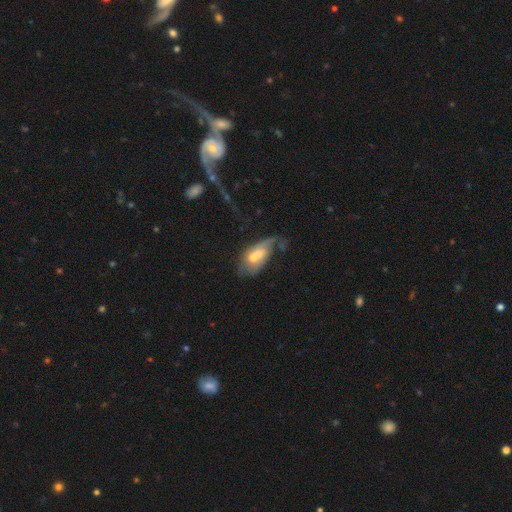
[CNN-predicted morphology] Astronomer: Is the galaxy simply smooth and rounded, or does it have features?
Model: smooth — 47% (runner-up: featured or disk, 45%).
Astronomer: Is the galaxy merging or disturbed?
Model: merger — 39% (runner-up: major disturbance, 26%).